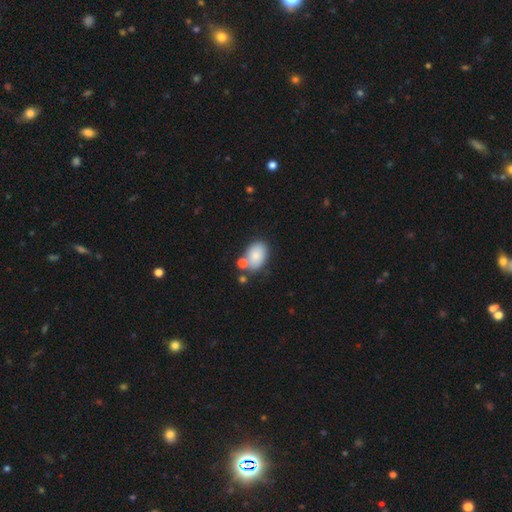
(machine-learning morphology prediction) Overall: smooth (83%). How rounded: in between (85%). Merging: none (64%).